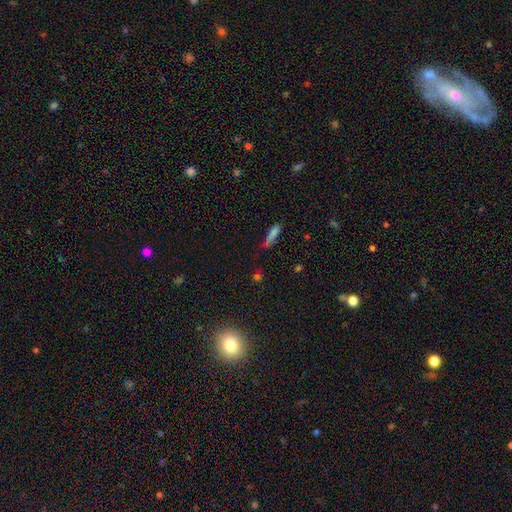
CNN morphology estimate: Smooth or featured? smooth (60%)
How rounded? cigar-shaped (57%)
Merging? none (70%)